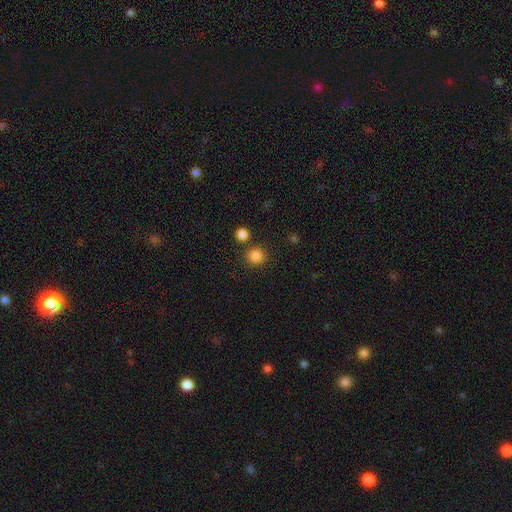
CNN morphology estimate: type=smooth (85%); roundness=round (91%); merging=none (82%).